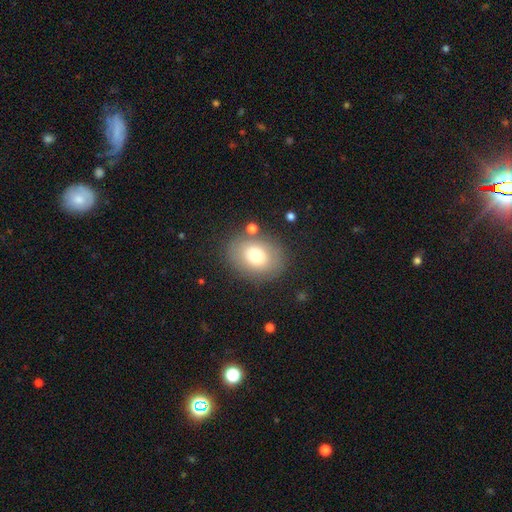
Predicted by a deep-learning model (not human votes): This is likely a smooth galaxy (68%). How rounded: possibly in between (58%). Merging: likely none (78%).